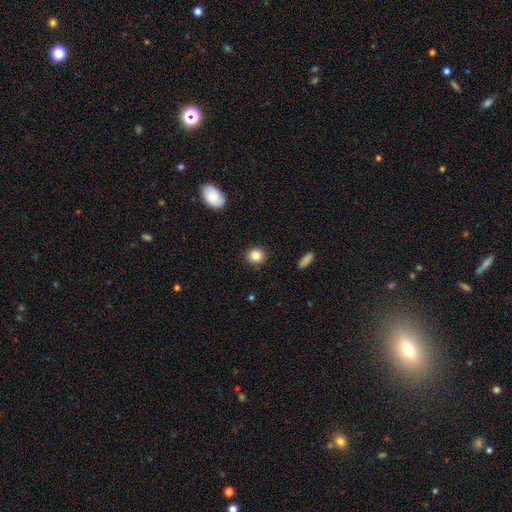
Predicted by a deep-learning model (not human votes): Smooth or featured? smooth (84%)
How rounded? round (87%)
Merging? none (91%)